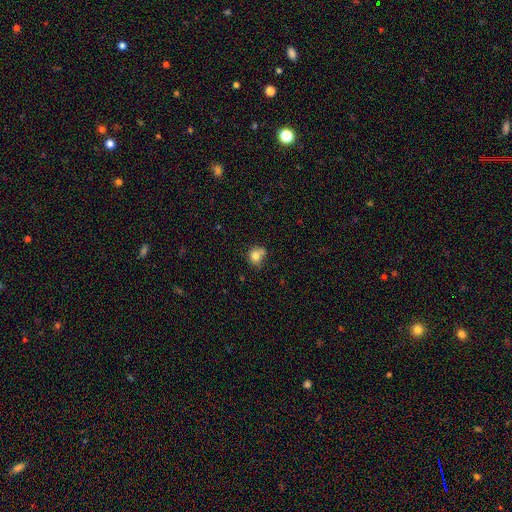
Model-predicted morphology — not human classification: smooth 79%, star or artifact 11%, featured or disk 10%. Down the decision tree: how rounded — round (74%); merging — none (50%).